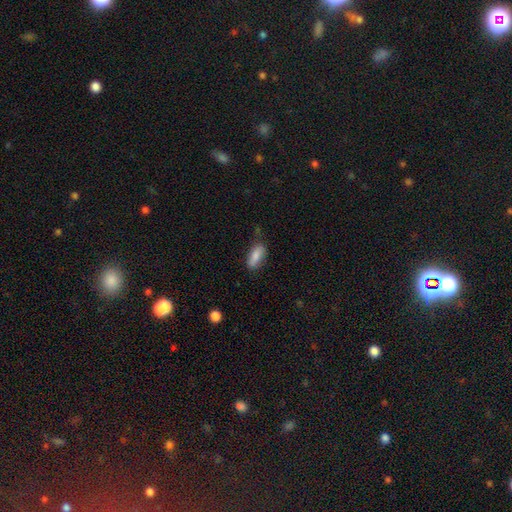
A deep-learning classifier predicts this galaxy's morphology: Smooth or featured: smooth — 84% (featured or disk — 10%)
How rounded: in between — 76% (cigar-shaped — 22%)
Merging: none — 73% (minor disturbance — 20%)